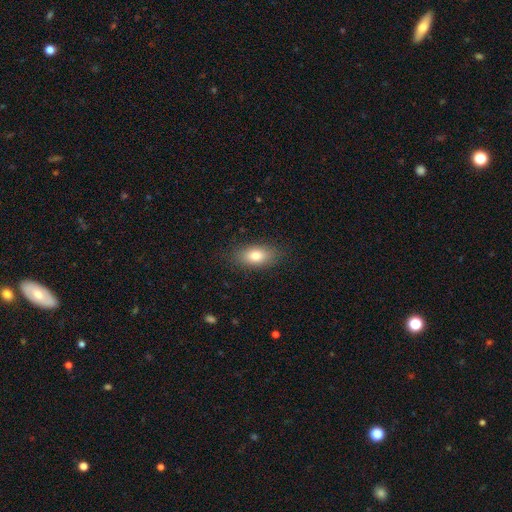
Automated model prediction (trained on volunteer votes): This is likely a smooth galaxy (78%). How rounded: clearly in between (86%). Merging: clearly none (86%).